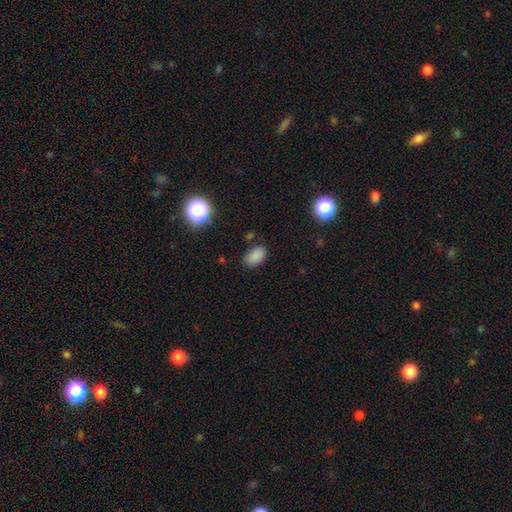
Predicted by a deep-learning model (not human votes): smooth_or_featured: smooth (p=0.83) [alt: star or artifact p=0.13]
how_rounded: in between (p=0.89) [alt: round p=0.10]
merging: none (p=0.79) [alt: minor disturbance p=0.16]